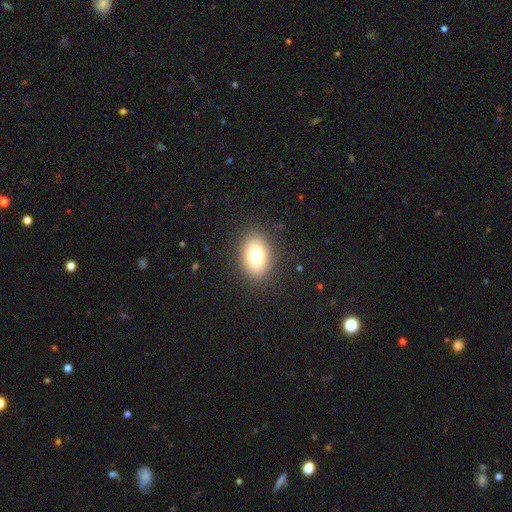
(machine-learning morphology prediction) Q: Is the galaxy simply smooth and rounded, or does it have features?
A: smooth — 75%.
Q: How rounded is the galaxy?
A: in between — 75%.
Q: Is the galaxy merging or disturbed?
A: none — 86%.